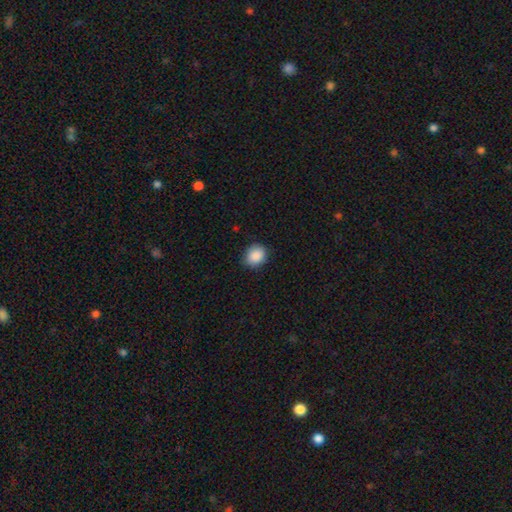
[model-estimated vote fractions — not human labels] Smooth or featured? smooth (89%)
How rounded? round (66%)
Merging? none (84%)